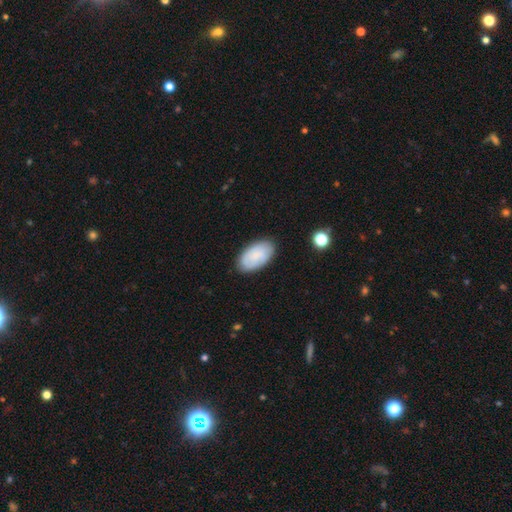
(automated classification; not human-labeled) Smooth or featured?
  - smooth: 65% *
  - featured or disk: 28%
  - star or artifact: 7%
How rounded?
  - in between: 94% *
  - round: 4%
  - cigar-shaped: 2%
Merging?
  - none: 84% *
  - minor disturbance: 12%
  - major disturbance: 3%
  - merger: 1%